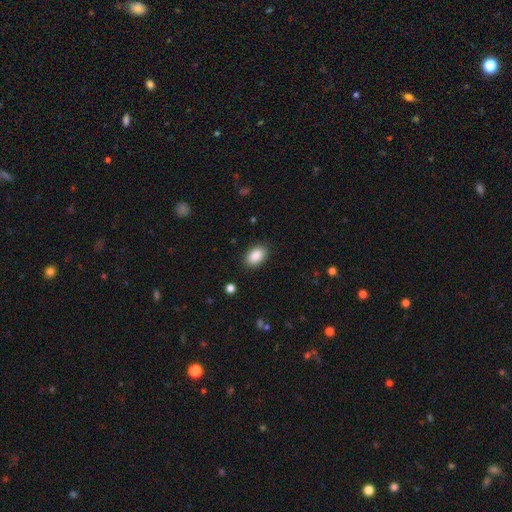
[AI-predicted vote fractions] The model was most divided on "merging": none: 88%, minor disturbance: 9%, major disturbance: 2%, merger: 1%. More confident: how rounded — in between (90%); smooth or featured — smooth (89%).